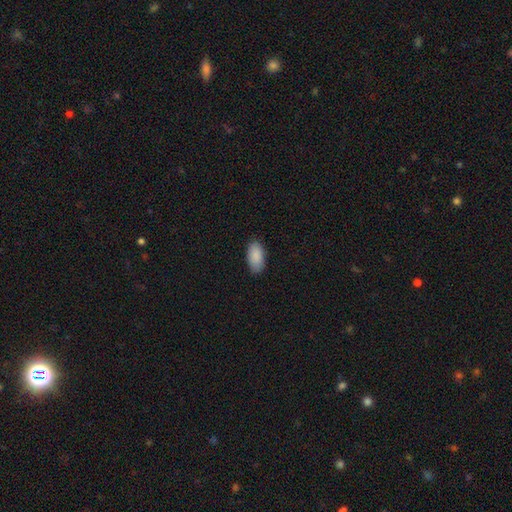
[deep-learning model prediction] Smooth or featured? Predicted: smooth (p=0.90). How rounded? Predicted: in between (p=0.94). Merging? Predicted: none (p=0.85).